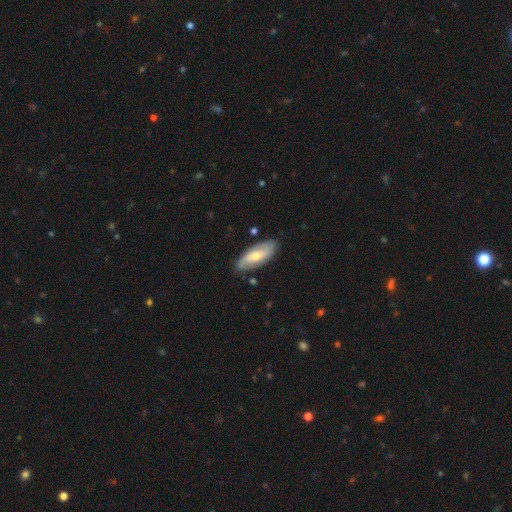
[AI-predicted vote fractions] A featured or disk galaxy (51%). Merging: none (81%).